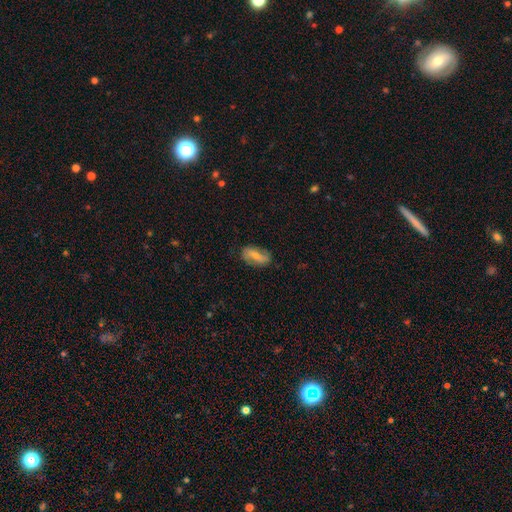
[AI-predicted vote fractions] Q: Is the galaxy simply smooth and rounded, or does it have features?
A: smooth — 48%.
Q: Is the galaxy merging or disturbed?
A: none — 75%.